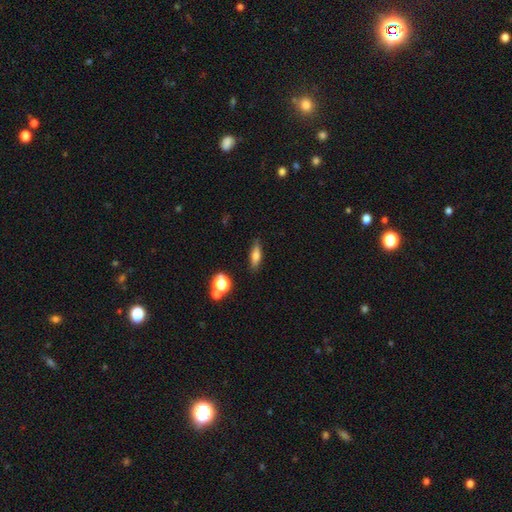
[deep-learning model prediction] A smooth galaxy with no disk features (64%) that is cigar-shaped (48%). Merging: none (84%).